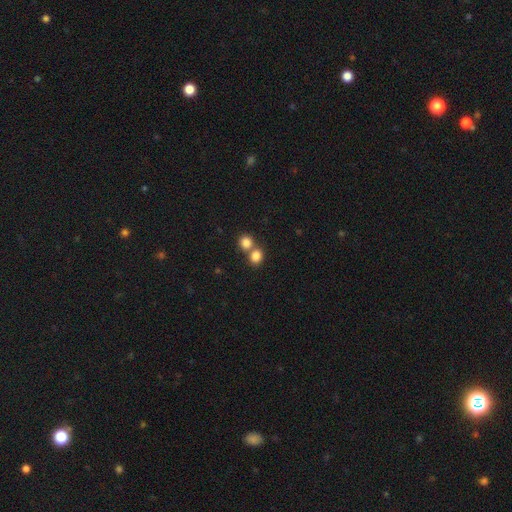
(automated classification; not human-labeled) This is clearly a smooth galaxy (83%). How rounded: likely round (70%). Merging: possibly merger (47%).